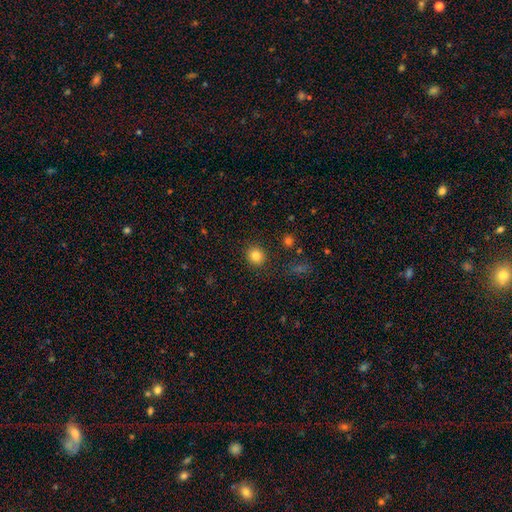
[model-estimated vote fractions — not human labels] A smooth galaxy with no disk features (84%) that is round (86%).

Vote fractions:
- Smooth or featured? smooth: 84% / star or artifact: 11% / featured or disk: 5%
- How rounded? round: 86% / in between: 13% / cigar-shaped: 1%
- Merging? none: 89% / minor disturbance: 6% / major disturbance: 3% / merger: 2%